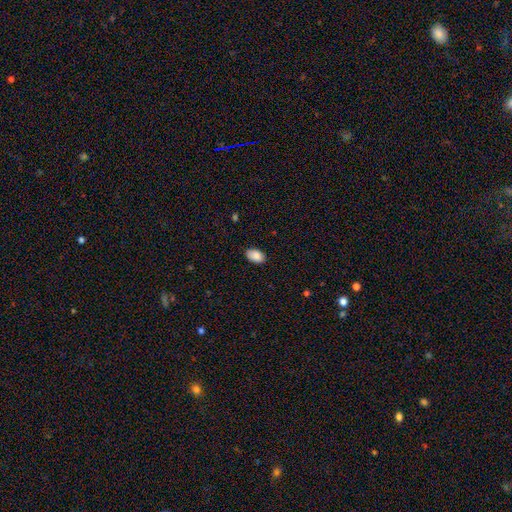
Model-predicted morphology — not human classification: A smooth galaxy with no disk features (88%) that is in between round and cigar-shaped (93%). Merging: none (86%).